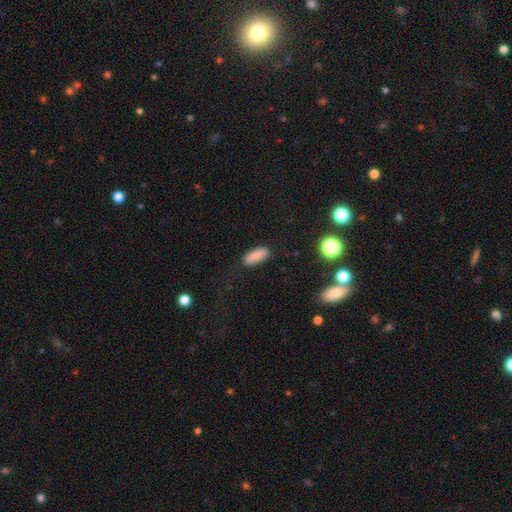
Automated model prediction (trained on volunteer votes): Smooth or featured: smooth — 86% (star or artifact — 8%)
How rounded: in between — 72% (cigar-shaped — 25%)
Merging: none — 86% (minor disturbance — 10%)